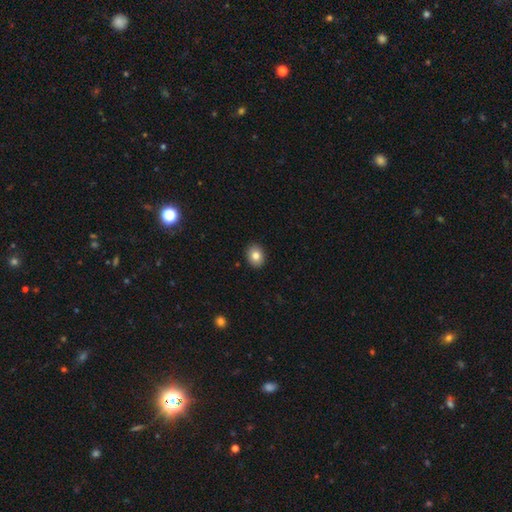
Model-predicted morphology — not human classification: Smooth or featured?
  - smooth: 82% *
  - star or artifact: 9%
  - featured or disk: 9%
How rounded?
  - round: 53% *
  - in between: 46%
  - cigar-shaped: 1%
Merging?
  - none: 91% *
  - minor disturbance: 6%
  - major disturbance: 2%
  - merger: 1%